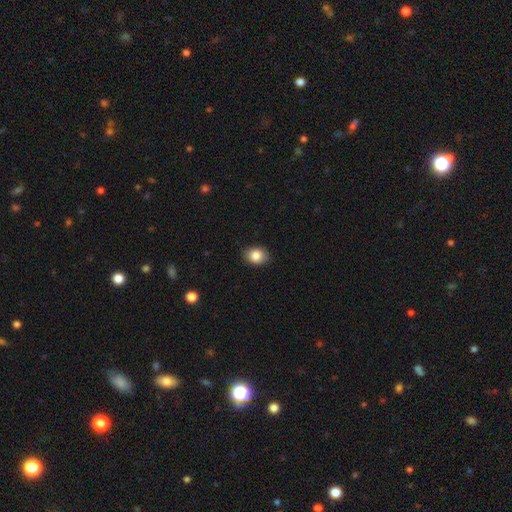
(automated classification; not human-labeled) Smooth or featured? smooth (85%)
How rounded? in between (54%)
Merging? none (86%)